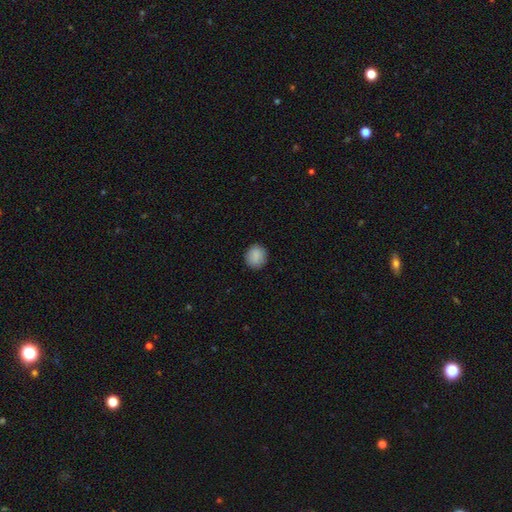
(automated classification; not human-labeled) Smooth or featured? Predicted: smooth (p=0.87). How rounded? Predicted: round (p=0.82). Merging? Predicted: none (p=0.88).